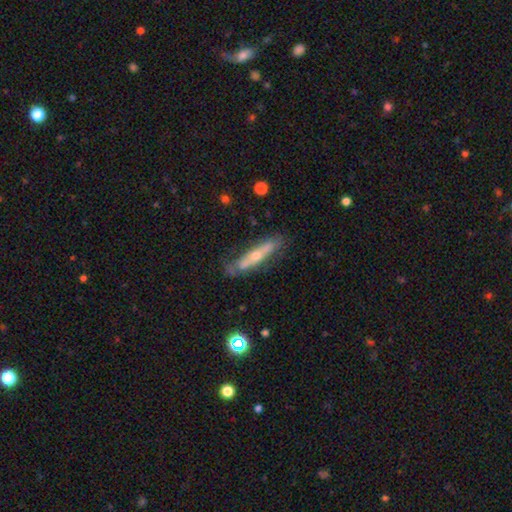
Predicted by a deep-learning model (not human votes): Q: Smooth or featured?
A: featured or disk (59%); runner-up: smooth (35%)
Q: Edge-on disk?
A: yes (70%); runner-up: no (30%)
Q: Merging?
A: none (70%); runner-up: minor disturbance (20%)